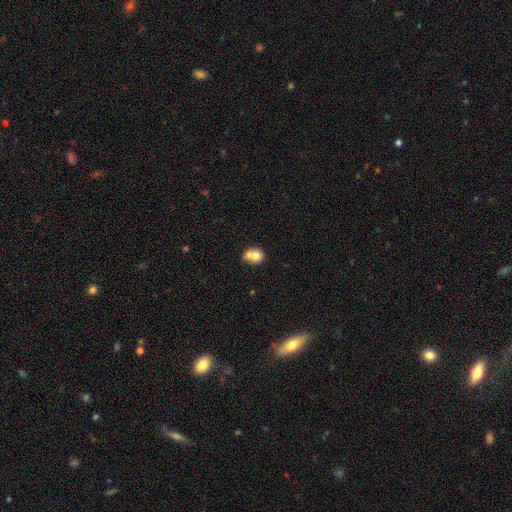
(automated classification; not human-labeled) smooth-or-featured: smooth: 72% | featured or disk: 19% | star or artifact: 9%
  how-rounded: round: 66% | in between: 33% | cigar-shaped: 1%
  merging: merger: 56% | none: 30% | minor disturbance: 10% | major disturbance: 4%